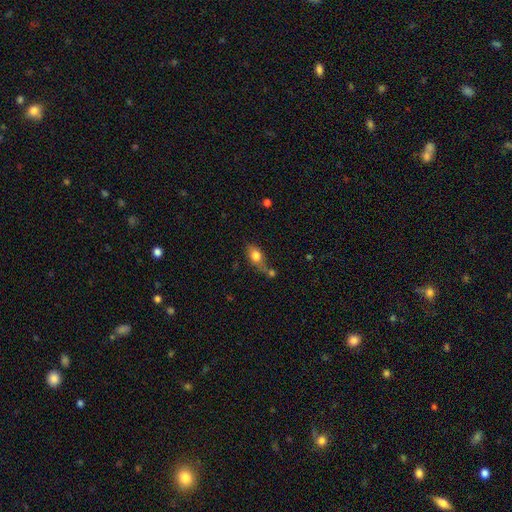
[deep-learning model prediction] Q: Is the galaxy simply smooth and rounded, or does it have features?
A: smooth — 78%.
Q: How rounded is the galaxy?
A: in between — 77%.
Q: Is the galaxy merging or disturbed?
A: none — 47%.